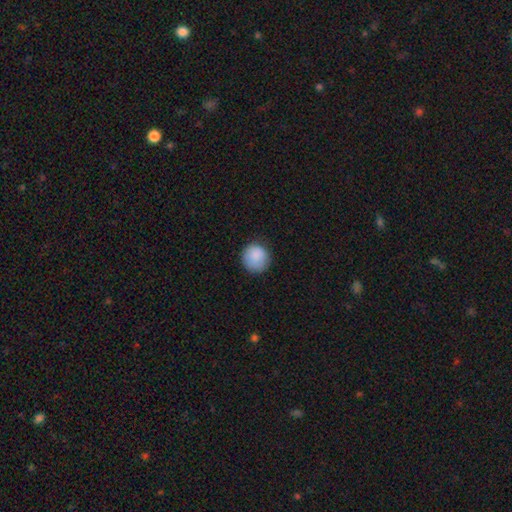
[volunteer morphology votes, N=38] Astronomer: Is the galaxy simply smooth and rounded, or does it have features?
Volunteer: smooth — 82%.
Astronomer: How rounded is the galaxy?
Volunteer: round — 97%.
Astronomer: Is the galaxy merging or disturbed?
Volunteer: none — 89%.